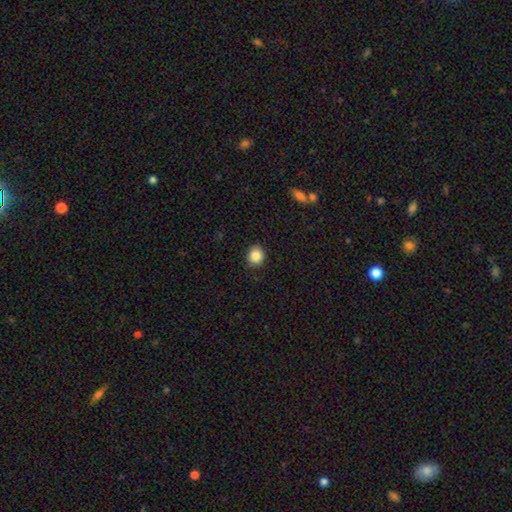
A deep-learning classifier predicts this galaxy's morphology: smooth_or_featured: smooth (p=0.87) [alt: star or artifact p=0.09]
how_rounded: round (p=0.79) [alt: in between p=0.20]
merging: none (p=0.90) [alt: minor disturbance p=0.07]